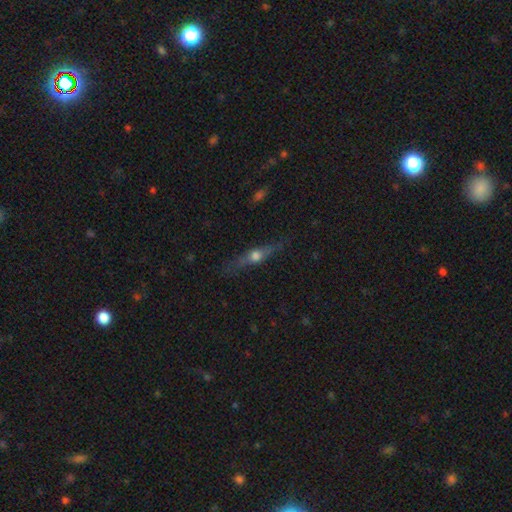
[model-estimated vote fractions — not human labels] A featured or disk galaxy (60%) viewed edge-on (93%) with a rounded central bulge (94%). Merging: none (80%).